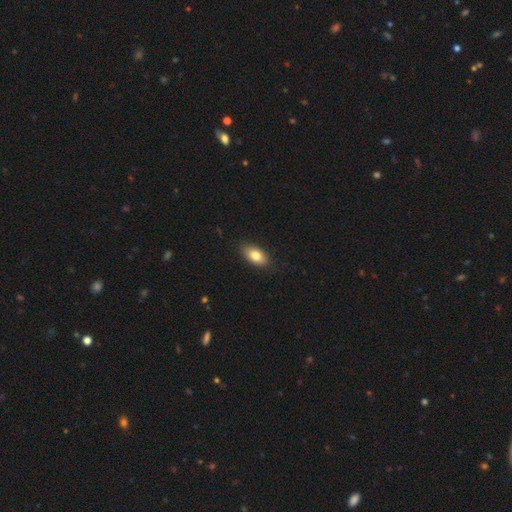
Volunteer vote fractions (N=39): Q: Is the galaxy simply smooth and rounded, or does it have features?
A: smooth — 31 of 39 (79%).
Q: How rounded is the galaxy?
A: in between — 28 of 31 (90%).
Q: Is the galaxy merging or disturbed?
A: none — 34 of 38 (89%).